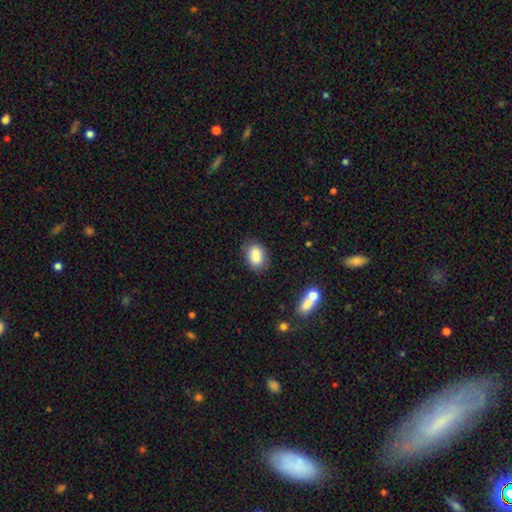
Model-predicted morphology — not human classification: Smooth or featured: smooth — 86% (star or artifact — 8%)
How rounded: in between — 83% (round — 16%)
Merging: none — 78% (minor disturbance — 16%)